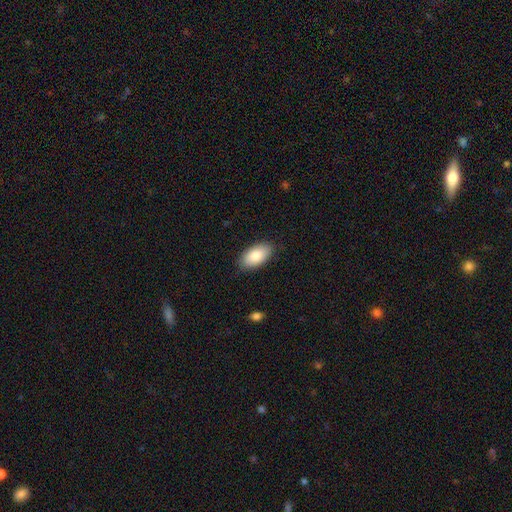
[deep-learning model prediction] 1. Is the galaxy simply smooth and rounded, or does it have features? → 86% smooth, 8% featured or disk, 6% star or artifact.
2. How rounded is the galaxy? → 95% in between, 3% cigar-shaped, 3% round.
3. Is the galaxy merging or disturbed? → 86% none, 11% minor disturbance, 2% major disturbance, 1% merger.